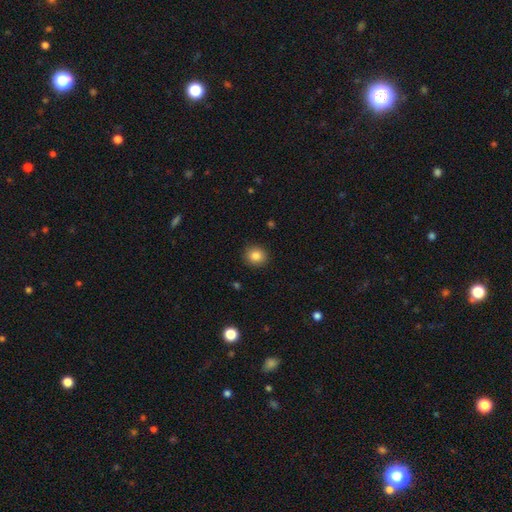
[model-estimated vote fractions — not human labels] smooth-or-featured: smooth: 85% | star or artifact: 10% | featured or disk: 5%
  how-rounded: round: 80% | in between: 19% | cigar-shaped: 1%
  merging: none: 91% | minor disturbance: 6% | major disturbance: 2% | merger: 1%